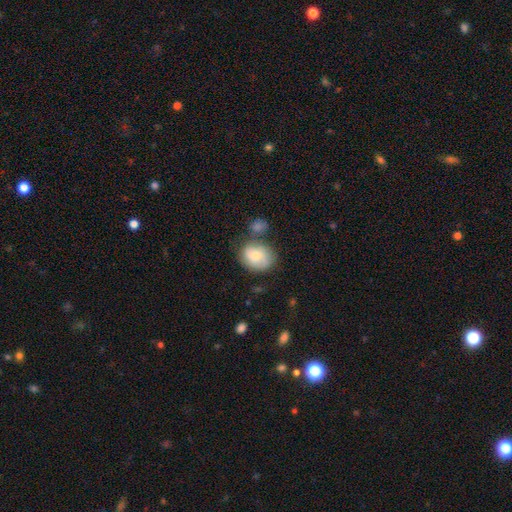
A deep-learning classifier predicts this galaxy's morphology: The model was most divided on "how rounded": round: 53%, in between: 46%, cigar-shaped: 1%. More confident: smooth or featured — smooth (67%); merging — none (55%).